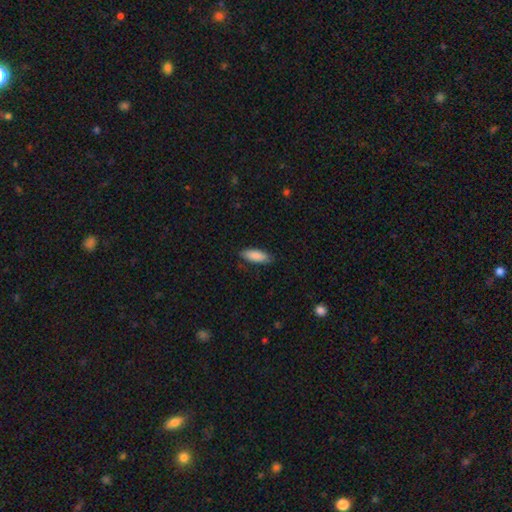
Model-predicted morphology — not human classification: smooth-or-featured: smooth: 88% | featured or disk: 7% | star or artifact: 6%
  how-rounded: in between: 72% | cigar-shaped: 27% | round: 2%
  merging: none: 83% | minor disturbance: 14% | major disturbance: 2% | merger: 1%